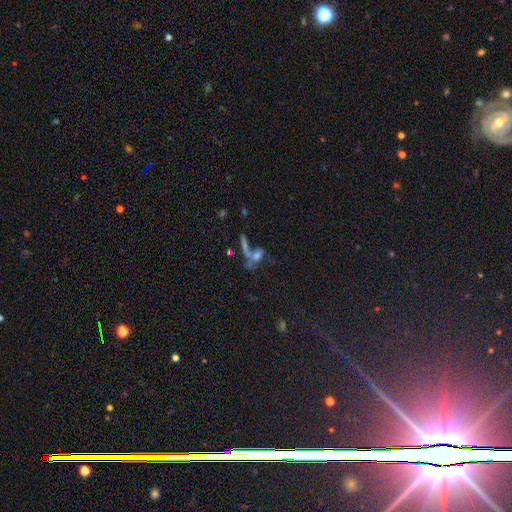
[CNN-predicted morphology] A smooth galaxy with no disk features (51%) that is in between round and cigar-shaped (53%). Merging: merger (42%).